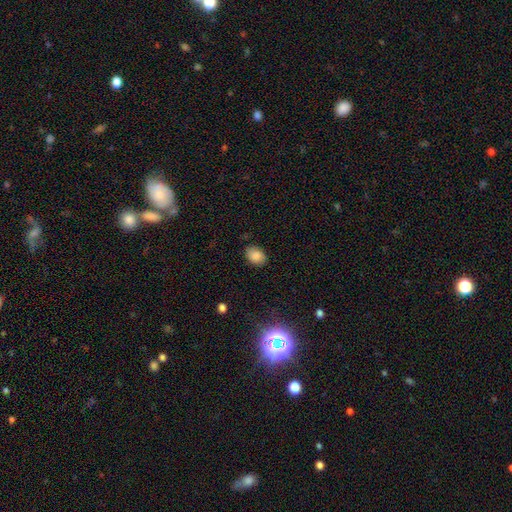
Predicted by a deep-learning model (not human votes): A smooth galaxy with no disk features (85%) that is in between round and cigar-shaped (73%). Merging: none (82%).